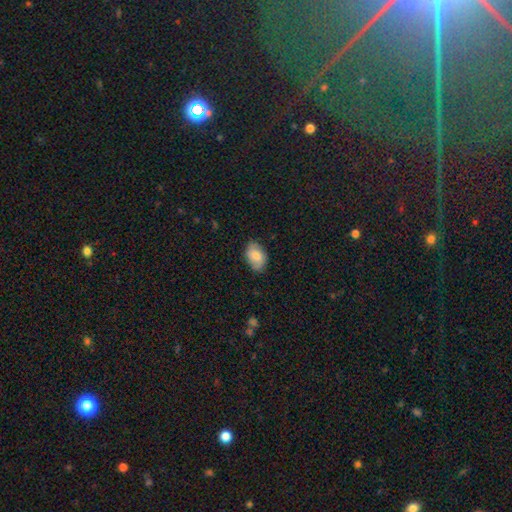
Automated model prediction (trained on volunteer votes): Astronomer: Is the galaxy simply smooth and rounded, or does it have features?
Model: smooth — 77%.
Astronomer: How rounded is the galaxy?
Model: in between — 87%.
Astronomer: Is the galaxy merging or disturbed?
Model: none — 79%.